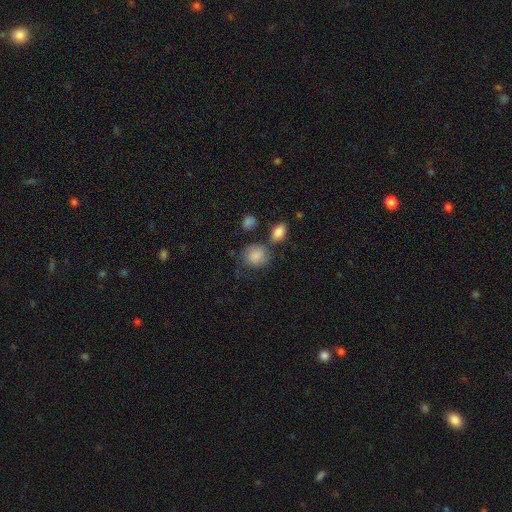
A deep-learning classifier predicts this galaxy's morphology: Smooth or featured? Predicted: smooth (p=0.86). How rounded? Predicted: round (p=0.73). Merging? Predicted: none (p=0.59).